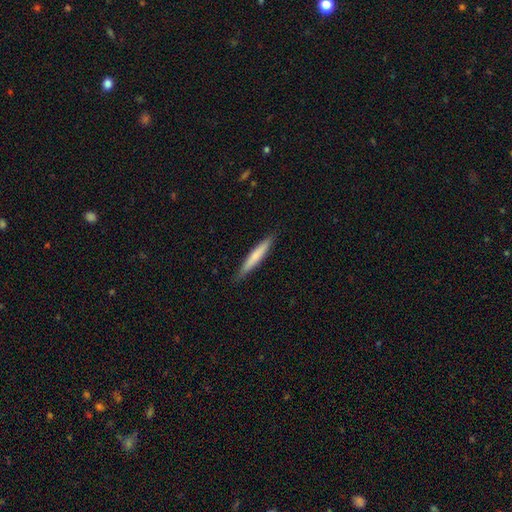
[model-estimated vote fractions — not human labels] Overall: smooth (67%; featured or disk 27%). How rounded: cigar-shaped (95%). Merging: none (89%).